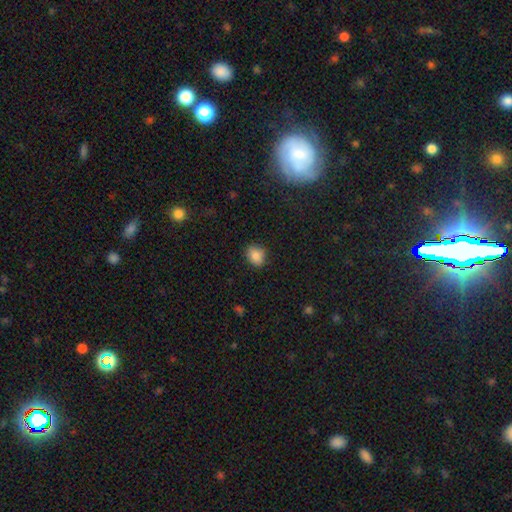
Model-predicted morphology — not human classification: Smooth or featured? smooth (85%)
How rounded? round (59%)
Merging? none (84%)